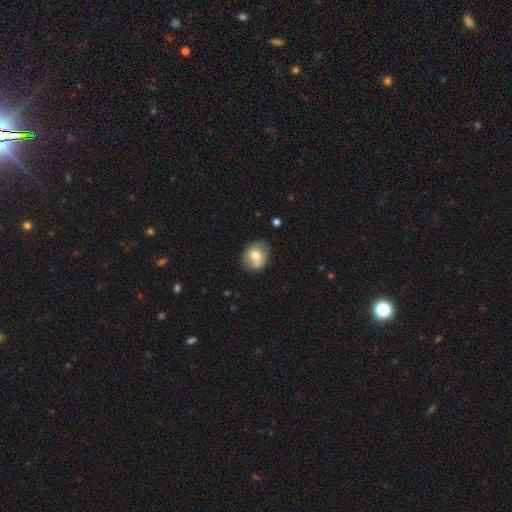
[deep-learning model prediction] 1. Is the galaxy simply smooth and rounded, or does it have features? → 68% smooth, 24% featured or disk, 8% star or artifact.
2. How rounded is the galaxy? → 61% round, 38% in between, 1% cigar-shaped.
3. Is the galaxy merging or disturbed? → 72% none, 20% minor disturbance, 4% major disturbance, 4% merger.